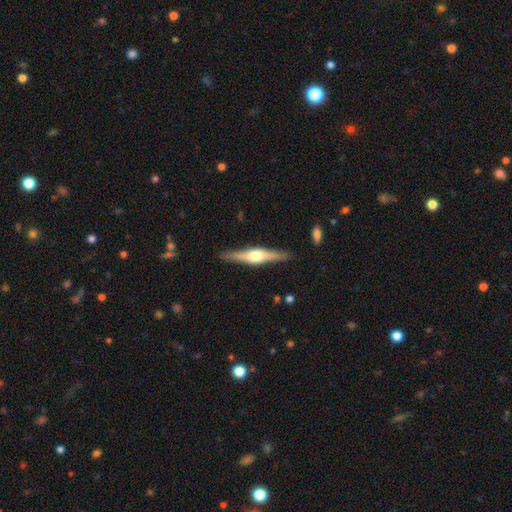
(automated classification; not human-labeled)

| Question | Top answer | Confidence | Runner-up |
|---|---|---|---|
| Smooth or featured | featured or disk | 76% | smooth (19%) |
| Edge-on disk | yes | 98% | no (2%) |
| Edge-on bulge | rounded | 90% | boxy (8%) |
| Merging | none | 88% | minor disturbance (8%) |